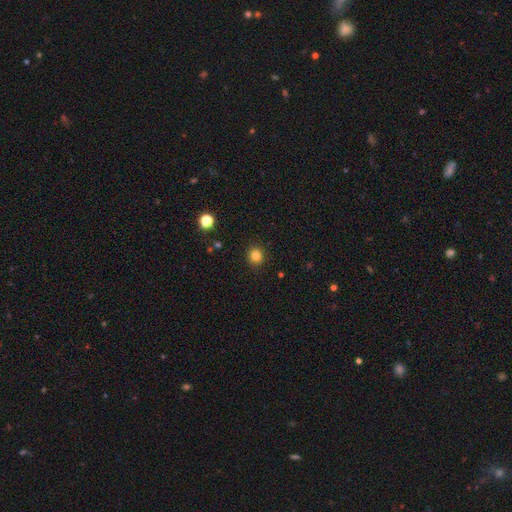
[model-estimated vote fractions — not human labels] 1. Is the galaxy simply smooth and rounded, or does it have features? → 82% smooth, 13% star or artifact, 5% featured or disk.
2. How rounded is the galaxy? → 87% round, 12% in between, 1% cigar-shaped.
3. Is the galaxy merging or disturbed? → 90% none, 7% minor disturbance, 2% major disturbance, 1% merger.